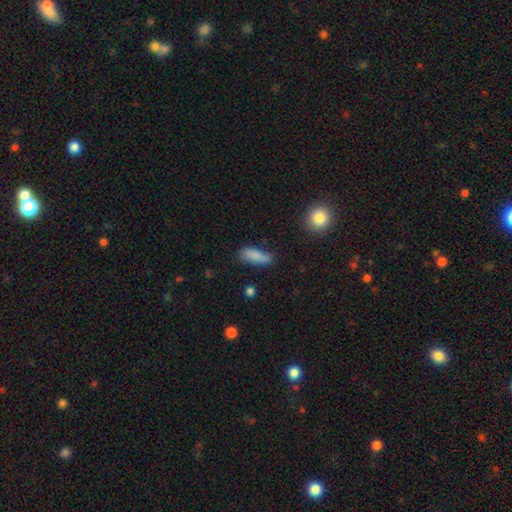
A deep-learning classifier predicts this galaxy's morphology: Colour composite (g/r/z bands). It shows a smooth galaxy with no disk features (85%) that is in between round and cigar-shaped (60%). Merging: none (71%).